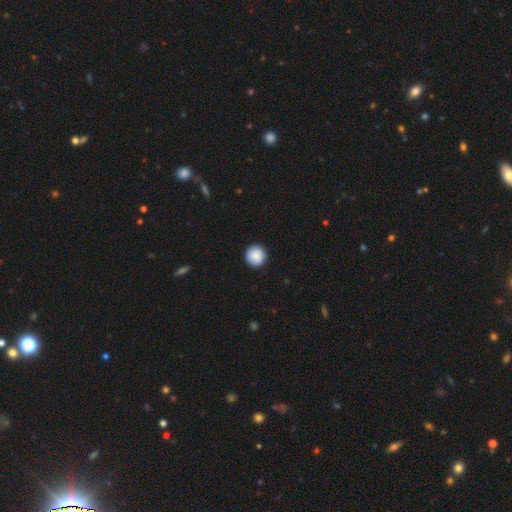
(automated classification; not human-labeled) This appears to be a smooth galaxy with no disk features (89%) that is round (95%). Merging: none (92%).